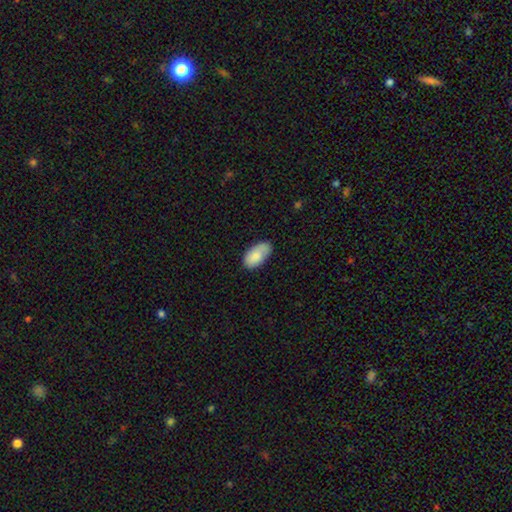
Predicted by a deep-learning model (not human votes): Smooth or featured?
  - smooth: 83% *
  - featured or disk: 11%
  - star or artifact: 6%
How rounded?
  - in between: 95% *
  - round: 3%
  - cigar-shaped: 2%
Merging?
  - none: 69% *
  - minor disturbance: 24%
  - major disturbance: 5%
  - merger: 2%